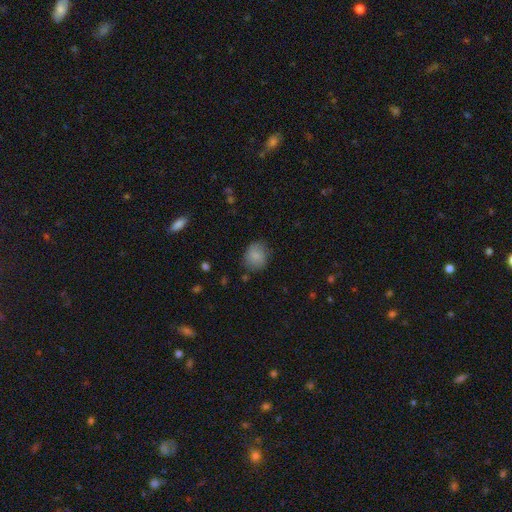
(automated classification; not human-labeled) Q: Smooth or featured?
A: smooth (82%); runner-up: featured or disk (10%)
Q: How rounded?
A: round (65%); runner-up: in between (34%)
Q: Merging?
A: none (75%); runner-up: minor disturbance (19%)